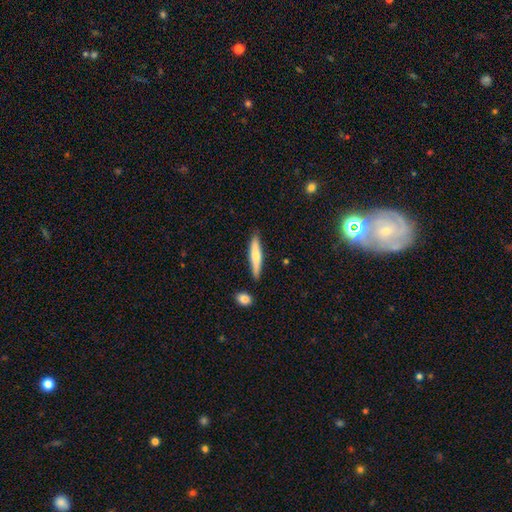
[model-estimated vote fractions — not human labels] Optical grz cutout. It shows a smooth galaxy with no disk features (63%) that is cigar-shaped (89%). Merging: none (84%).